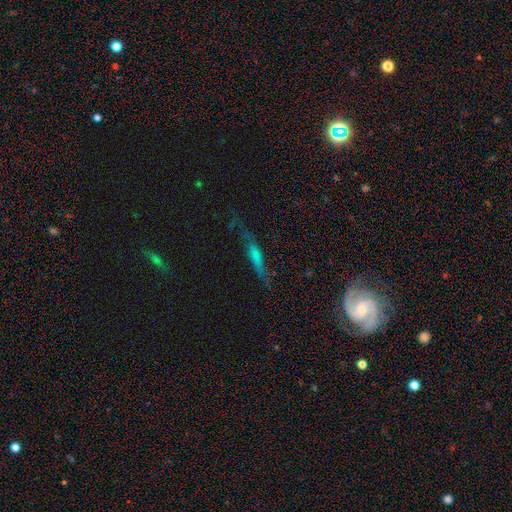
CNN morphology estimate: Smooth or featured: smooth — 48% (featured or disk — 42%)
Merging: none — 54% (minor disturbance — 26%)